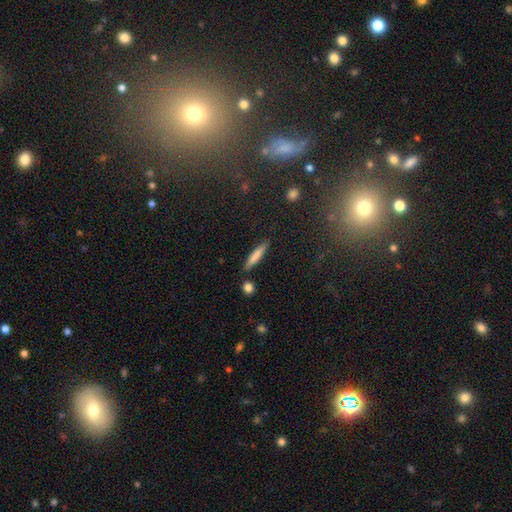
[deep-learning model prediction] This is likely a smooth galaxy (77%). How rounded: clearly cigar-shaped (90%). Merging: clearly none (86%).